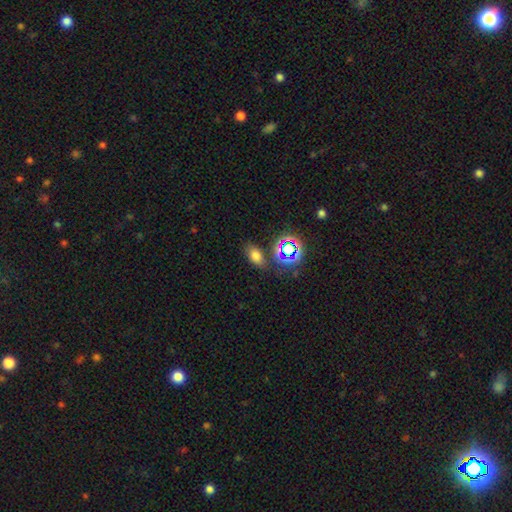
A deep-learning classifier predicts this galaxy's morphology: A smooth galaxy with no disk features (69%) that is in between round and cigar-shaped (85%). Merging: none (77%).